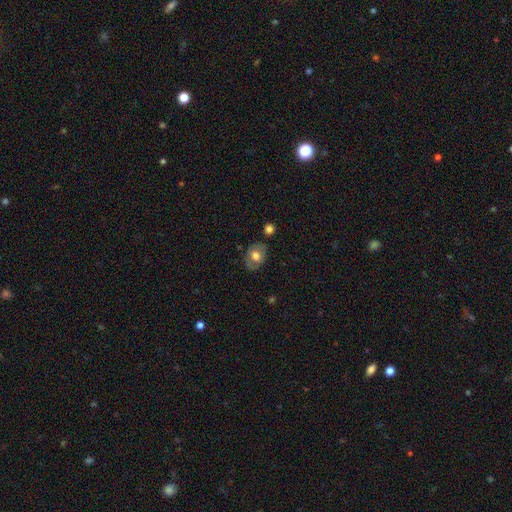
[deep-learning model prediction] A smooth galaxy with no disk features (60%) that is in between round and cigar-shaped (64%).

Vote fractions:
- Smooth or featured? smooth: 60% / featured or disk: 32% / star or artifact: 8%
- How rounded? in between: 64% / round: 35% / cigar-shaped: 1%
- Merging? none: 75% / minor disturbance: 17% / major disturbance: 4% / merger: 4%